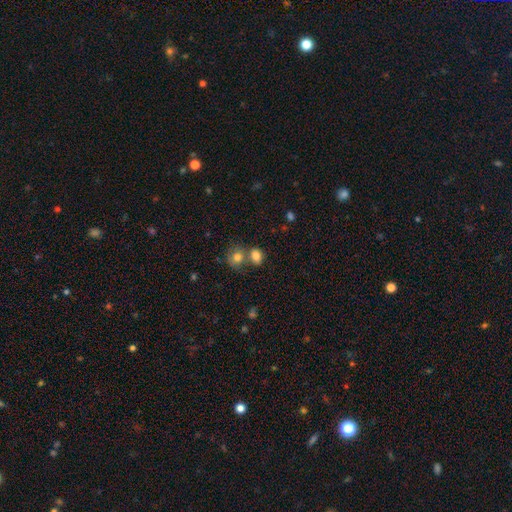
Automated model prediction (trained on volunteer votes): smooth-or-featured: smooth: 82% | star or artifact: 10% | featured or disk: 8%
  how-rounded: in between: 62% | round: 37% | cigar-shaped: 1%
  merging: none: 45% | merger: 40% | minor disturbance: 11% | major disturbance: 4%